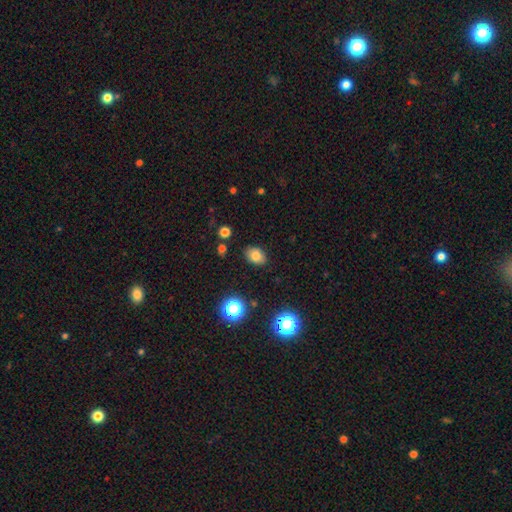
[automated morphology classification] This is likely a smooth galaxy (80%). How rounded: likely in between (76%). Merging: clearly none (86%).